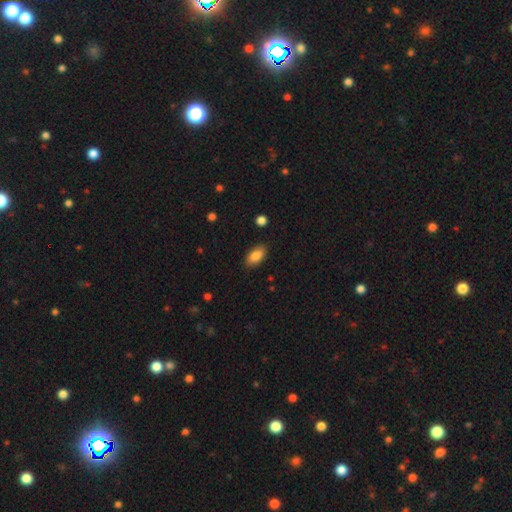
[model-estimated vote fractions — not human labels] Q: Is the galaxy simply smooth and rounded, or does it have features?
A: smooth — 85%.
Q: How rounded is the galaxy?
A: in between — 92%.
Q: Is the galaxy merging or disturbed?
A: none — 87%.